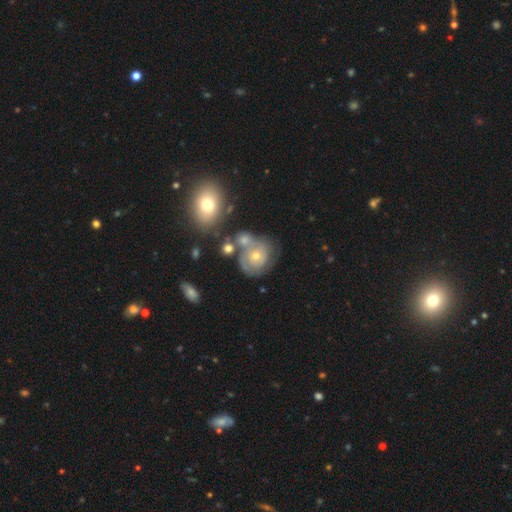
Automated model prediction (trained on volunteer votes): Smooth or featured? Predicted: featured or disk (p=0.65). Edge-on disk? Predicted: no (p=0.97). Bar? Predicted: no (p=0.81). Spiral arms? Predicted: yes (p=0.82). Spiral winding? Predicted: tight (p=0.66). Spiral arm count? Predicted: can't tell (p=0.42). Bulge size? Predicted: small (p=0.52). Merging? Predicted: none (p=0.56).